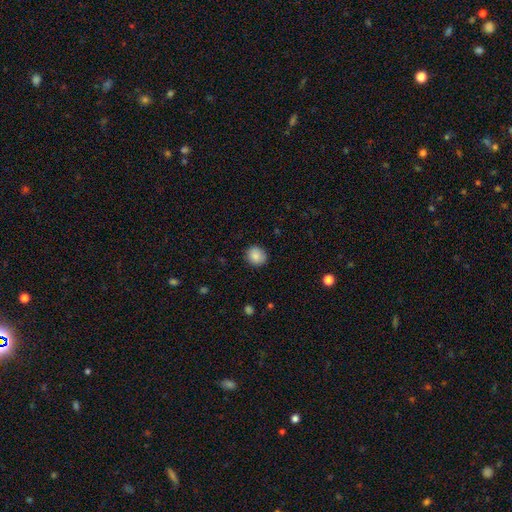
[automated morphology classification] The model was most divided on "how rounded": round: 78%, in between: 21%, cigar-shaped: 1%. More confident: merging — none (88%); smooth or featured — smooth (87%).